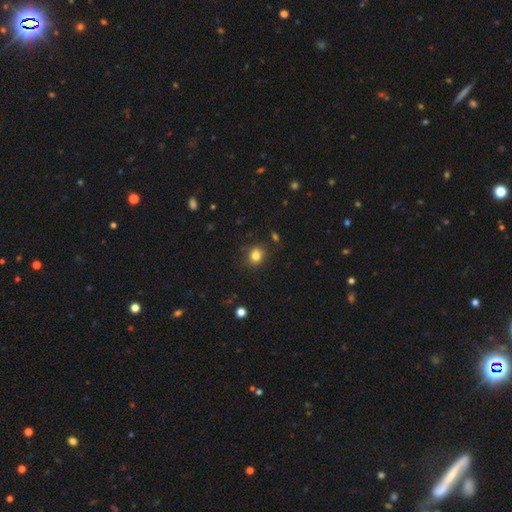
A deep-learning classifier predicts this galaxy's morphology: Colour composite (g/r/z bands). It shows a smooth galaxy with no disk features (81%) that is round (67%). Merging: none (80%).